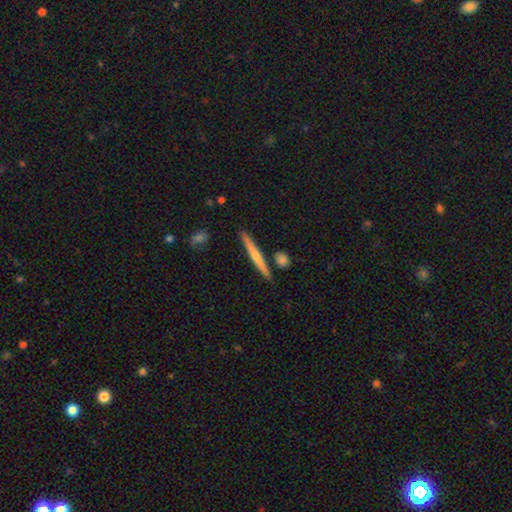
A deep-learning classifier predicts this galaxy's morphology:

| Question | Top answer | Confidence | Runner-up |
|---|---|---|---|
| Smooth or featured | featured or disk | 55% | smooth (40%) |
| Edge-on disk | yes | 97% | no (3%) |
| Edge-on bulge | rounded | 64% | none (31%) |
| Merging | none | 87% | minor disturbance (7%) |